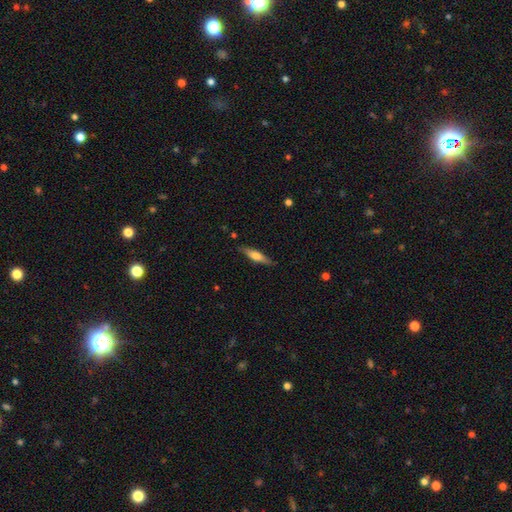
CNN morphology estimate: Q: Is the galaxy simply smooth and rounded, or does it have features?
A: smooth — 49%.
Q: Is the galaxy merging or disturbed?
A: none — 85%.